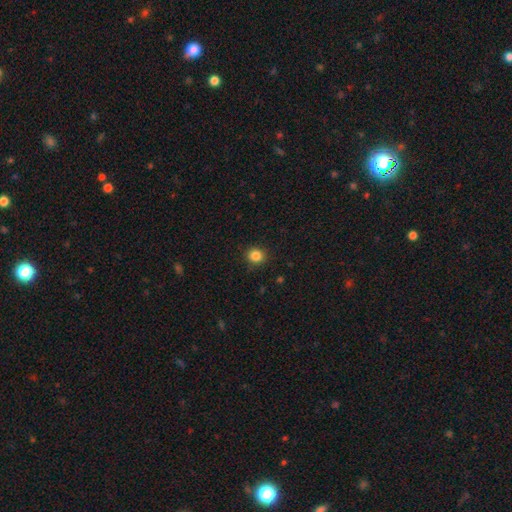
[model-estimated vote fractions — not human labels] smooth-or-featured: smooth: 85% | star or artifact: 11% | featured or disk: 4%
  how-rounded: round: 87% | in between: 12% | cigar-shaped: 1%
  merging: none: 90% | minor disturbance: 7% | major disturbance: 2% | merger: 1%